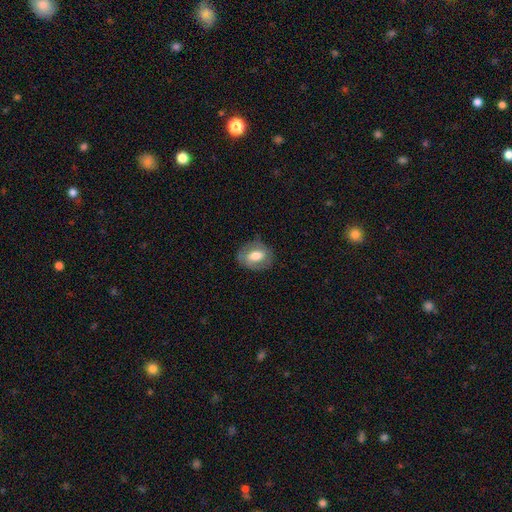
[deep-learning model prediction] Q: Smooth or featured?
A: smooth (56%); runner-up: featured or disk (37%)
Q: How rounded?
A: in between (66%); runner-up: round (32%)
Q: Merging?
A: none (74%); runner-up: minor disturbance (18%)